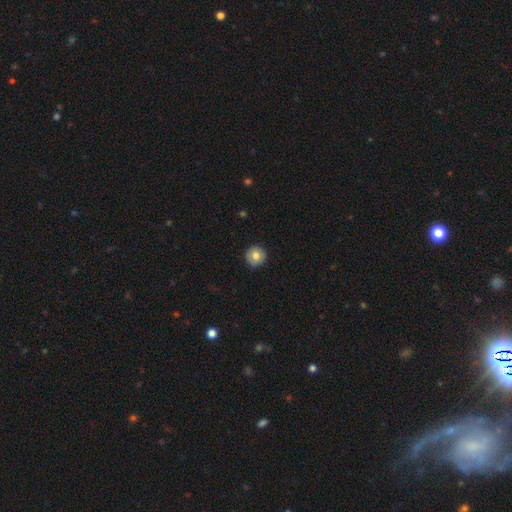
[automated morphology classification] smooth-or-featured: smooth: 78% | featured or disk: 14% | star or artifact: 8%
  how-rounded: round: 95% | in between: 4% | cigar-shaped: 1%
  merging: none: 91% | minor disturbance: 6% | major disturbance: 2% | merger: 1%